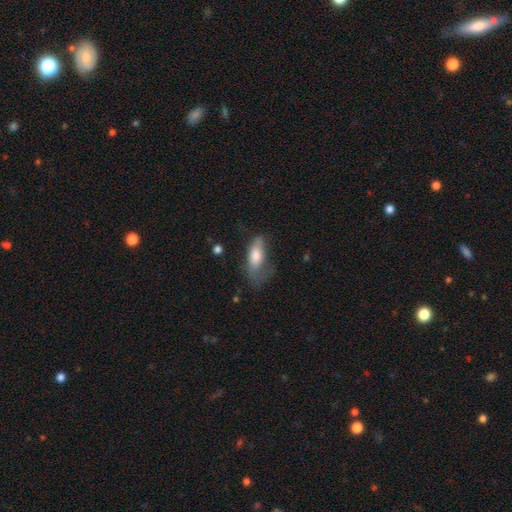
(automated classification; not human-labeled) A smooth galaxy with no disk features (70%) that is in between round and cigar-shaped (78%). Merging: none (34%).